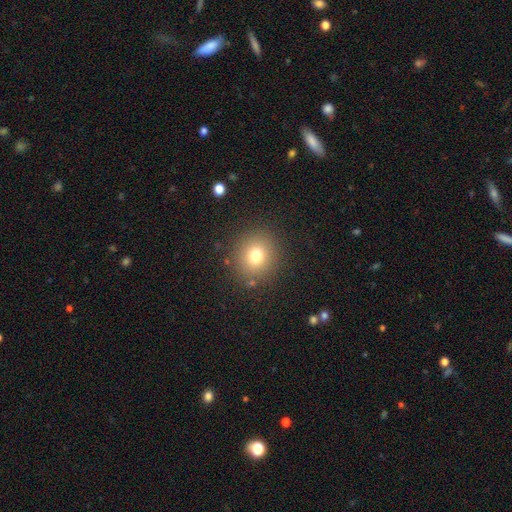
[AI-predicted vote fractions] Morphology: type=smooth (76%); roundness=round (87%); merging=none (87%).